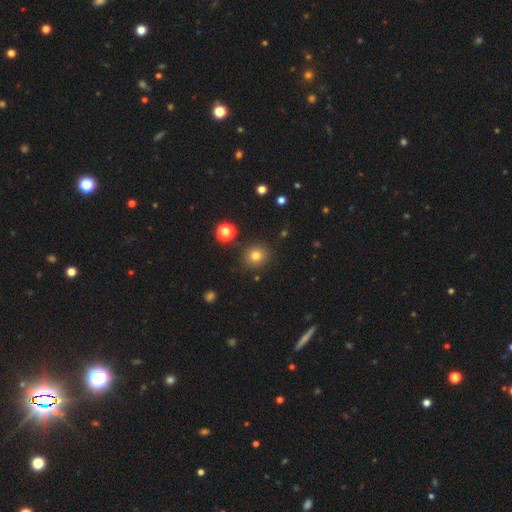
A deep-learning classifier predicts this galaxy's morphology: A smooth galaxy with no disk features (79%) that is round (85%).

Vote fractions:
- Smooth or featured? smooth: 79% / star or artifact: 14% / featured or disk: 7%
- How rounded? round: 85% / in between: 14% / cigar-shaped: 1%
- Merging? none: 87% / minor disturbance: 8% / merger: 3% / major disturbance: 3%